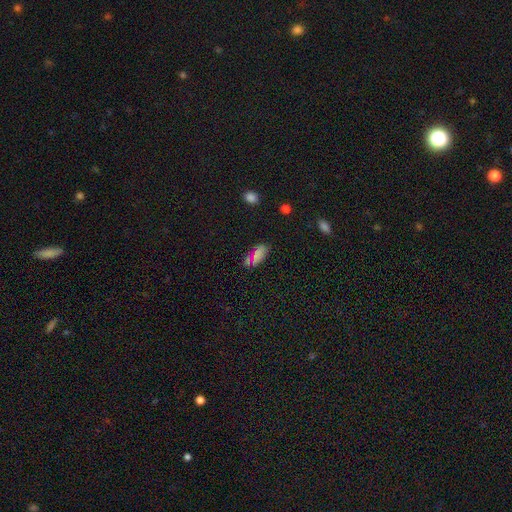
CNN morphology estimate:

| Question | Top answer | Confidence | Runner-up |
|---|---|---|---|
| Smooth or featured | smooth | 70% | star or artifact (22%) |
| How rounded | in between | 87% | cigar-shaped (9%) |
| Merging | none | 77% | minor disturbance (15%) |